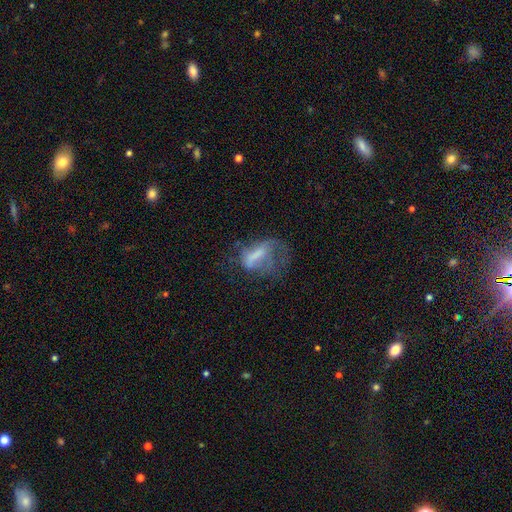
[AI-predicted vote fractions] Smooth or featured? featured or disk (44%)
Merging? major disturbance (51%)